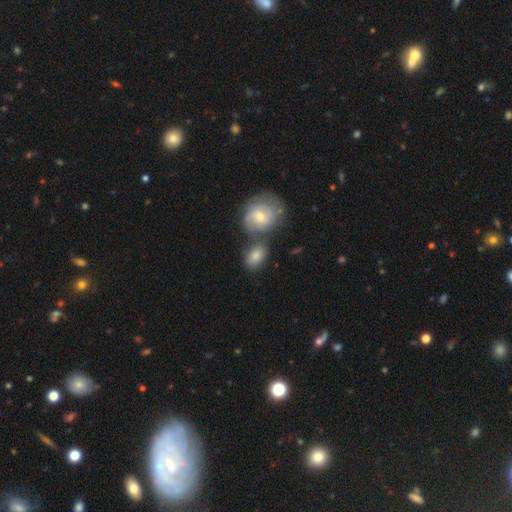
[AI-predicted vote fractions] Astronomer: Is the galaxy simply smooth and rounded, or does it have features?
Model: smooth — 70%.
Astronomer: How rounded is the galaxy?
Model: in between — 80%.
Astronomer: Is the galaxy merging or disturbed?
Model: none — 51% (runner-up: merger, 29%).